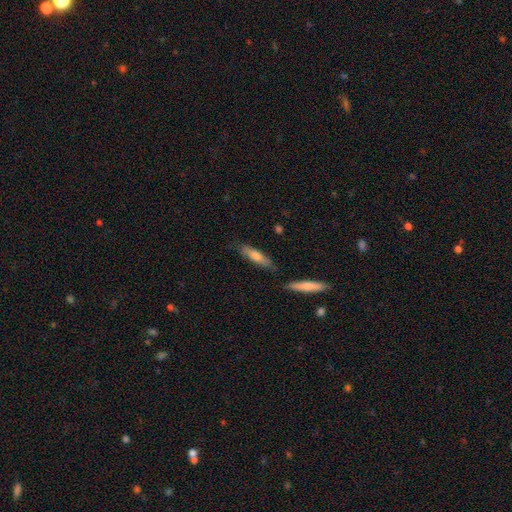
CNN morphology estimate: Smooth or featured? smooth (66%)
How rounded? cigar-shaped (73%)
Merging? none (75%)